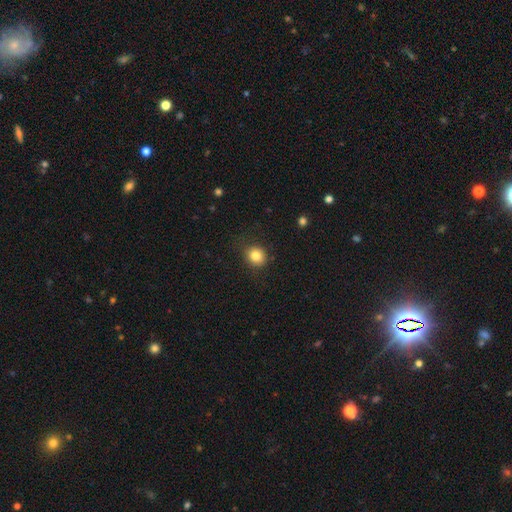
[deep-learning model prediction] Smooth or featured? Predicted: smooth (p=0.82). How rounded? Predicted: round (p=0.80). Merging? Predicted: none (p=0.84).